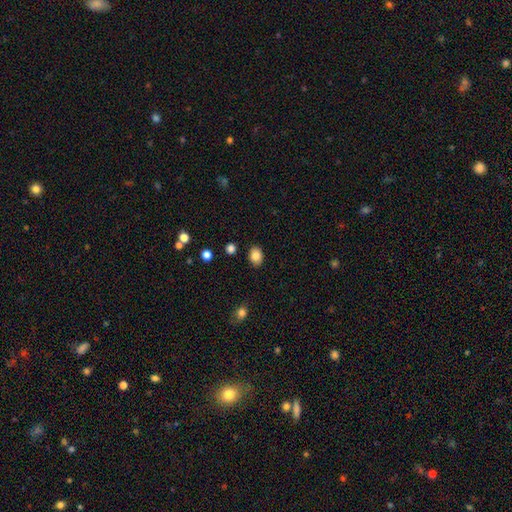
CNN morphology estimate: Q: Smooth or featured?
A: smooth (85%); runner-up: star or artifact (9%)
Q: How rounded?
A: in between (62%); runner-up: round (37%)
Q: Merging?
A: none (87%); runner-up: minor disturbance (9%)